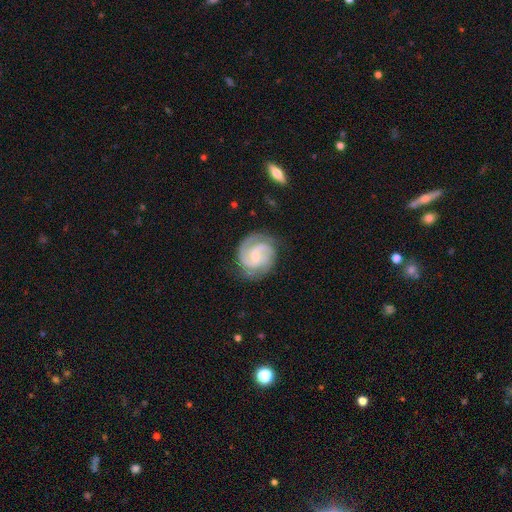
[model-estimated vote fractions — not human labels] A featured or disk galaxy (86%) with a weak bar (50%), 2 (66%) medium (48%) spiral arms (97%) and a small central bulge (56%).

Vote fractions:
- Smooth or featured? featured or disk: 86% / smooth: 10% / star or artifact: 5%
- Edge-on disk? no: 98% / yes: 2%
- Bar? weak: 50% / no: 41% / strong: 9%
- Spiral arms? yes: 97% / no: 3%
- Spiral winding? medium: 48% / tight: 40% / loose: 12%
- Spiral arm count? 2: 66% / 3: 18% / can't tell: 8% / 1: 3% / 4: 2% / more than 4: 2%
- Bulge size? small: 56% / moderate: 36% / none: 5% / large: 2% / dominant: 1%
- Merging? none: 76% / minor disturbance: 16% / major disturbance: 6% / merger: 1%